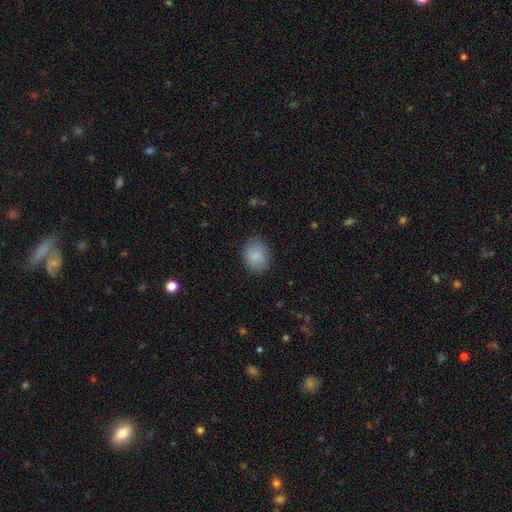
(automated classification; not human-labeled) This is clearly a smooth galaxy (89%). How rounded: possibly round (55%). Merging: clearly none (87%).